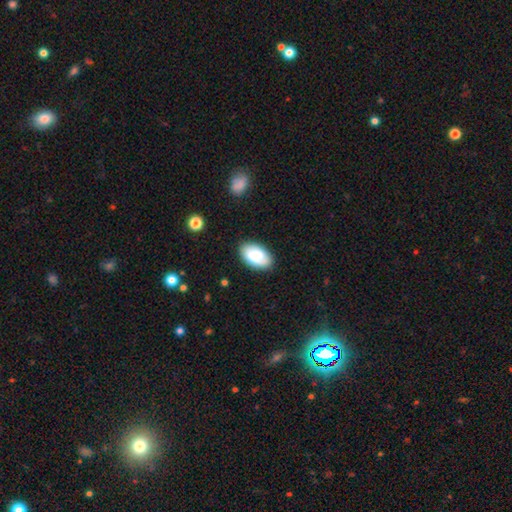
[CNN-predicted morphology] A smooth galaxy with no disk features (73%) that is in between round and cigar-shaped (94%). Merging: none (84%).